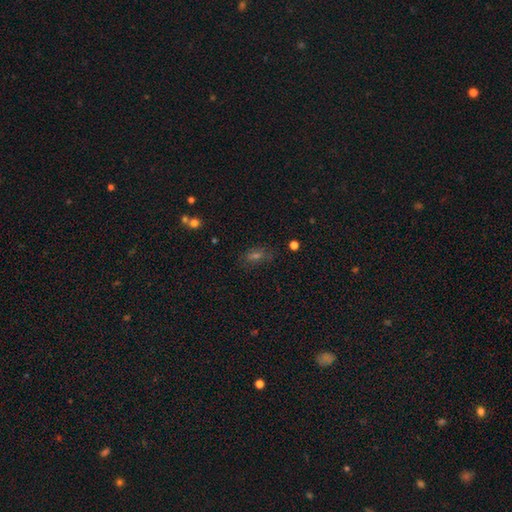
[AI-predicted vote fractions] Overall: smooth (43%; star or artifact 37%). Merging: none (73%).